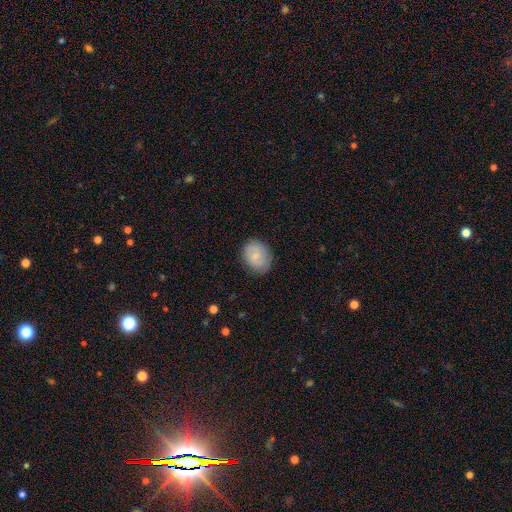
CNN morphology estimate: The model was most divided on "how rounded": round: 59%, in between: 40%, cigar-shaped: 1%. More confident: merging — none (79%); smooth or featured — smooth (70%).